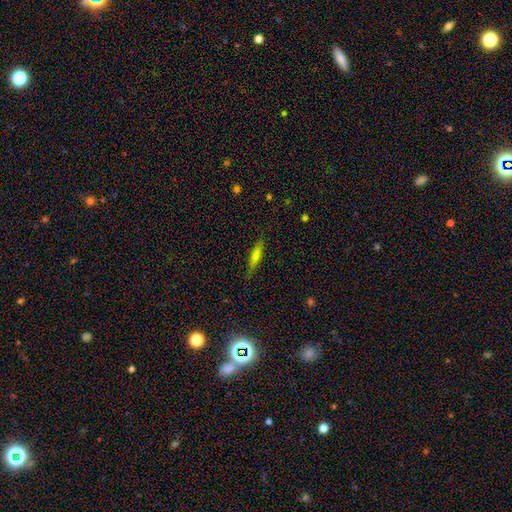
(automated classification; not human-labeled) This is likely a smooth galaxy (69%). How rounded: clearly cigar-shaped (80%). Merging: clearly none (85%).